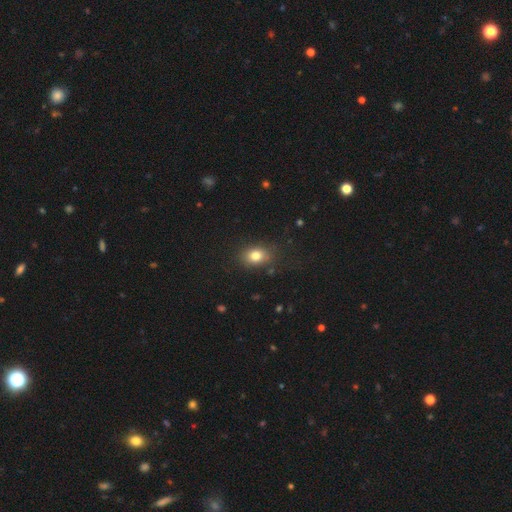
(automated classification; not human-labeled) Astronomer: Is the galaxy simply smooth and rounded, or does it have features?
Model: smooth — 80%.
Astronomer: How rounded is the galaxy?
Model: in between — 61% (runner-up: round, 38%).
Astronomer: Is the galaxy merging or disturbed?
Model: none — 82%.